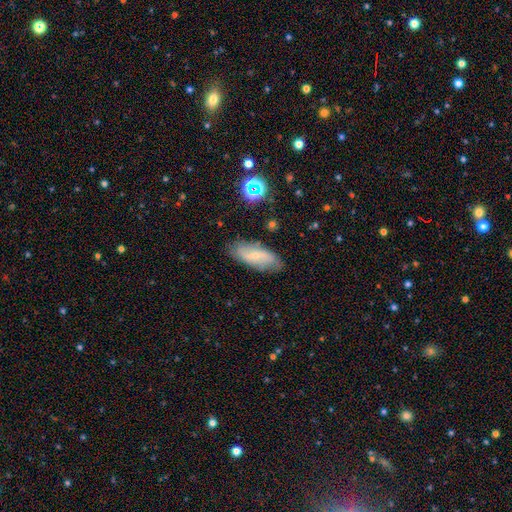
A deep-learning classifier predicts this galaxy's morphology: This is possibly a featured or disk galaxy (52%). It is clearly not viewed edge-on (85%). Merging: clearly none (80%).